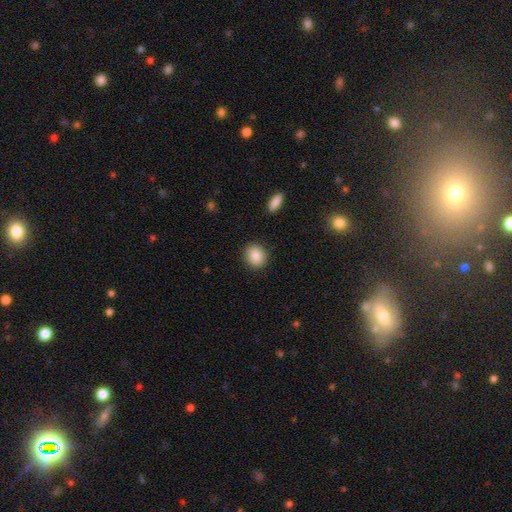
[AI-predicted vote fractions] Smooth or featured?
  - smooth: 87% *
  - star or artifact: 8%
  - featured or disk: 5%
How rounded?
  - round: 76% *
  - in between: 23%
  - cigar-shaped: 1%
Merging?
  - none: 89% *
  - minor disturbance: 7%
  - major disturbance: 2%
  - merger: 1%